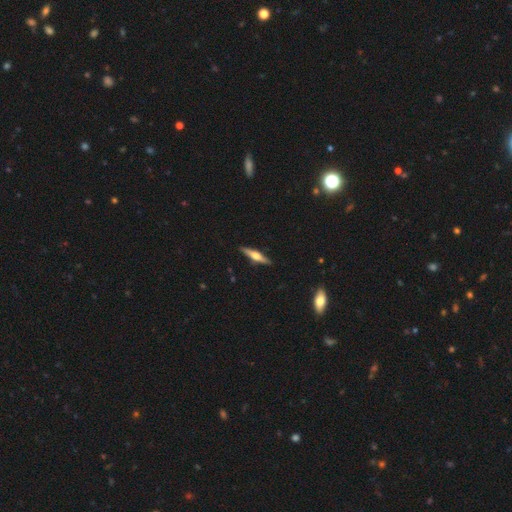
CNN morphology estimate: Smooth or featured? featured or disk (65%)
Edge-on disk? yes (97%)
Edge-on bulge? rounded (92%)
Merging? none (90%)